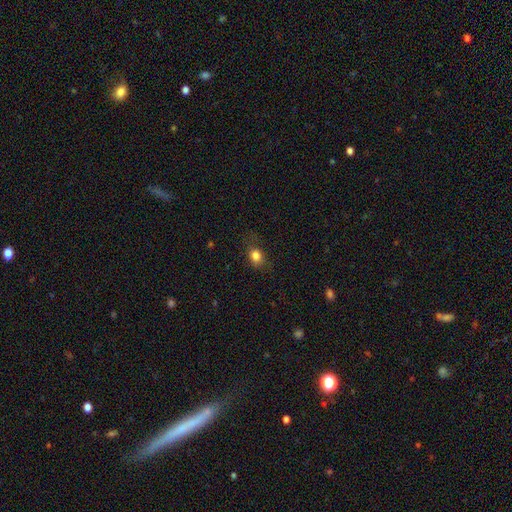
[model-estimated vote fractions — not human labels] A smooth galaxy with no disk features (81%) that is in between round and cigar-shaped (54%). Merging: none (71%).